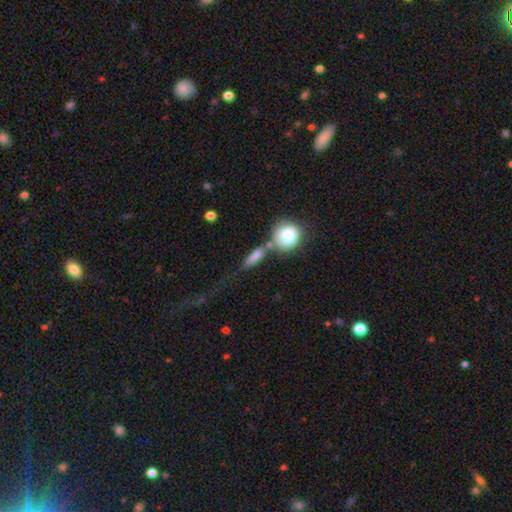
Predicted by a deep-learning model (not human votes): Smooth or featured? smooth (73%)
How rounded? in between (41%)
Merging? none (43%)